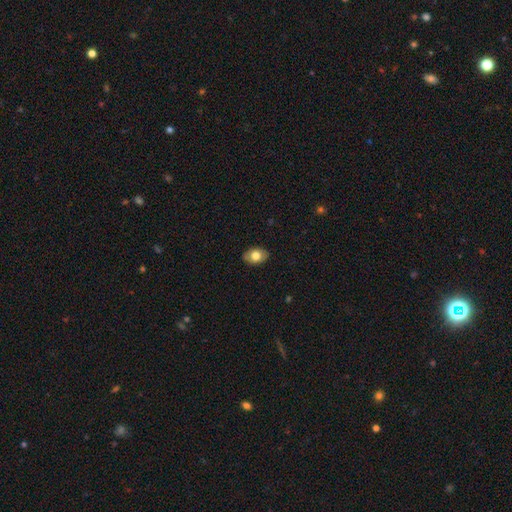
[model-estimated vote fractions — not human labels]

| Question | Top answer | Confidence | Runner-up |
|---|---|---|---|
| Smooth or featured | smooth | 75% | featured or disk (18%) |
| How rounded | in between | 86% | round (13%) |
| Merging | none | 87% | minor disturbance (10%) |